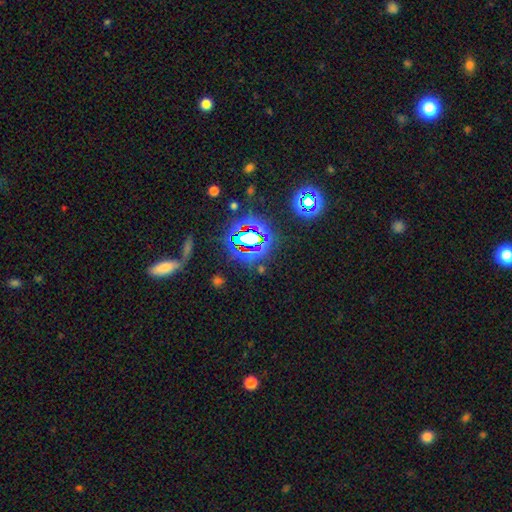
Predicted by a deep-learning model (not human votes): Morphology: type=star or artifact (70%).